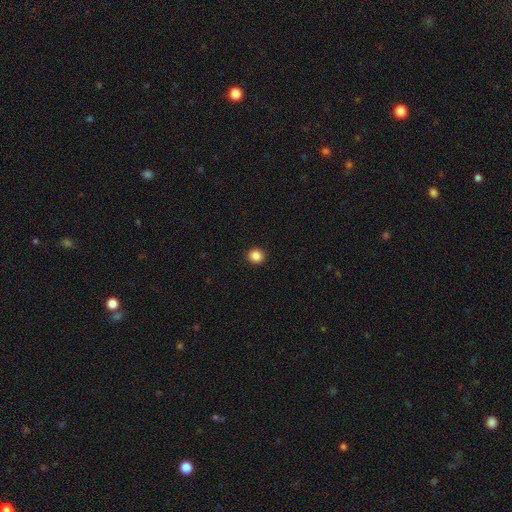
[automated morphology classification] This is clearly a smooth galaxy (86%). How rounded: clearly round (92%). Merging: clearly none (94%).